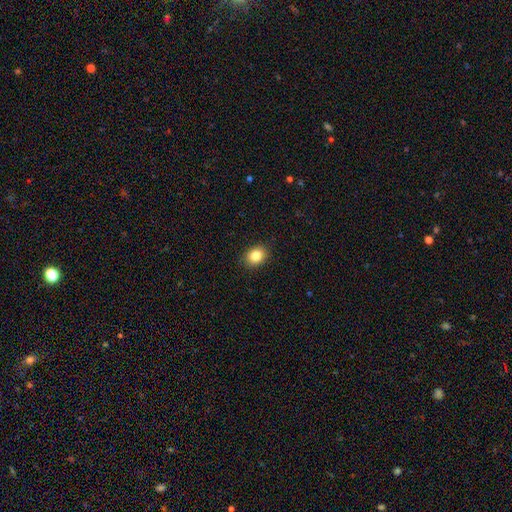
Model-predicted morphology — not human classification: smooth-or-featured: smooth: 84% | star or artifact: 9% | featured or disk: 7%
  how-rounded: in between: 57% | round: 42% | cigar-shaped: 1%
  merging: none: 89% | minor disturbance: 8% | major disturbance: 2% | merger: 1%